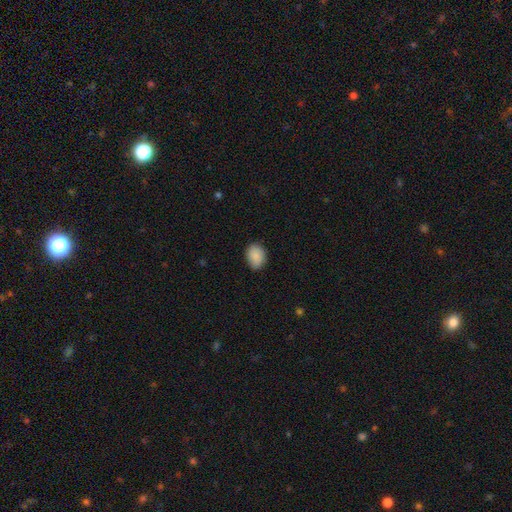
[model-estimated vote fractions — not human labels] Overall: smooth (89%). How rounded: in between (68%; round 31%). Merging: none (83%).